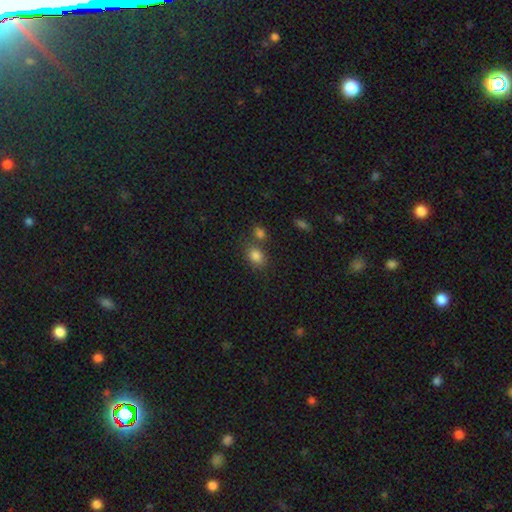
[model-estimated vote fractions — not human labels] Smooth or featured? smooth (82%)
How rounded? in between (62%)
Merging? none (62%)